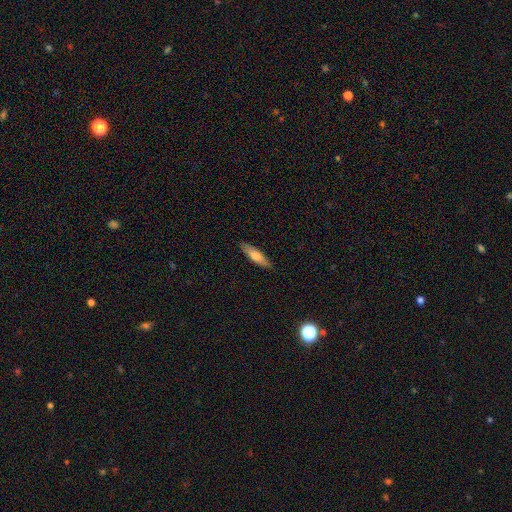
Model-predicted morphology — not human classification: A smooth galaxy with no disk features (70%) that is cigar-shaped (68%). Merging: none (88%).